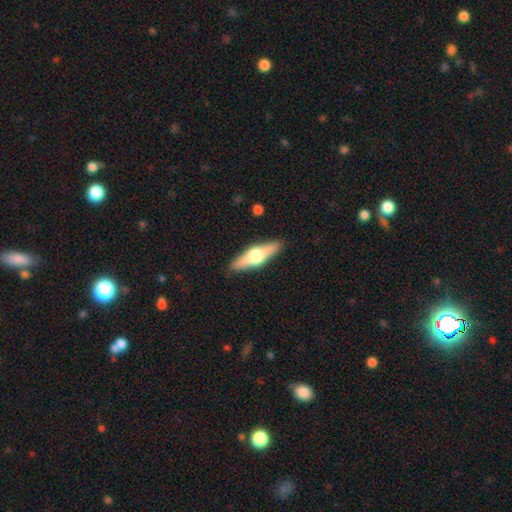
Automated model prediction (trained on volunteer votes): Overall: featured or disk (55%; smooth 39%). Edge-on disk: yes (93%). Edge-on bulge: rounded (95%). Merging: none (88%).